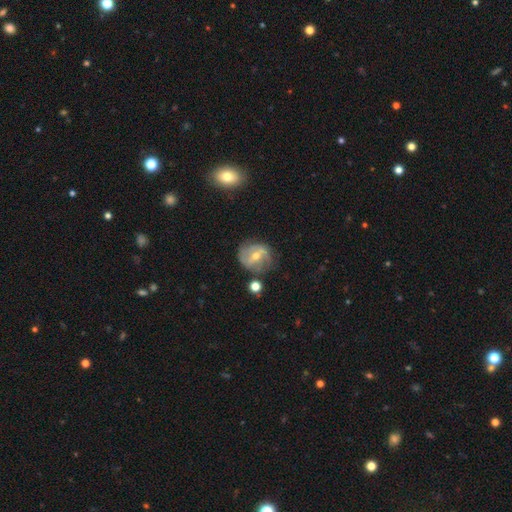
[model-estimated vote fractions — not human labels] A featured or disk galaxy (70%) with a weak bar (43%), 2 (68%) medium (42%) spiral arms (81%) and a moderate central bulge (55%).

Vote fractions:
- Smooth or featured? featured or disk: 70% / smooth: 22% / star or artifact: 8%
- Edge-on disk? no: 96% / yes: 4%
- Bar? weak: 43% / strong: 36% / no: 21%
- Spiral arms? yes: 81% / no: 19%
- Spiral winding? medium: 42% / tight: 30% / loose: 28%
- Spiral arm count? 2: 68% / can't tell: 18% / 3: 8% / 1: 3% / 4: 2% / more than 4: 2%
- Bulge size? moderate: 55% / small: 41% / large: 2% / none: 1% / dominant: 1%
- Merging? none: 68% / minor disturbance: 20% / major disturbance: 7% / merger: 5%